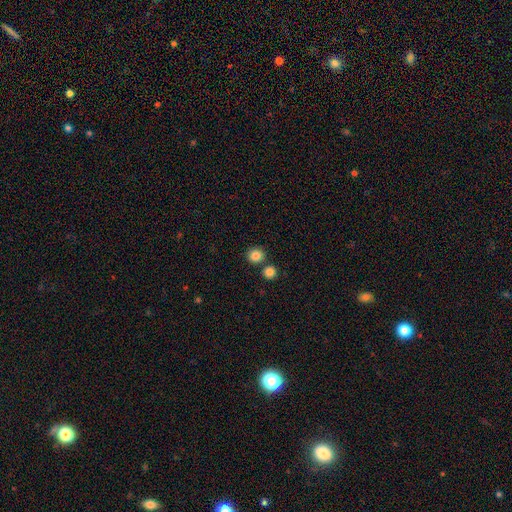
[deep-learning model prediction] Smooth or featured?
  - smooth: 85% *
  - star or artifact: 10%
  - featured or disk: 4%
How rounded?
  - round: 88% *
  - in between: 12%
  - cigar-shaped: 1%
Merging?
  - none: 76% *
  - merger: 14%
  - minor disturbance: 7%
  - major disturbance: 2%